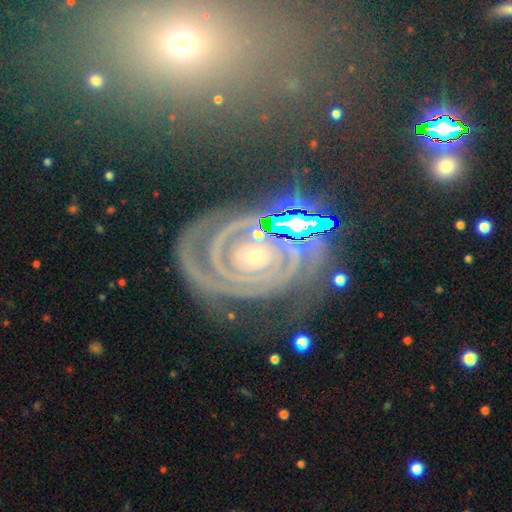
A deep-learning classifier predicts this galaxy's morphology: featured or disk 85%, star or artifact 10%, smooth 5%. Down the decision tree: edge-on disk — no (97%); bar — no (68%); spiral arms — yes (97%); spiral arm count — 2 (40%); spiral winding — tight (83%); bulge size — small (62%); merging — none (69%).